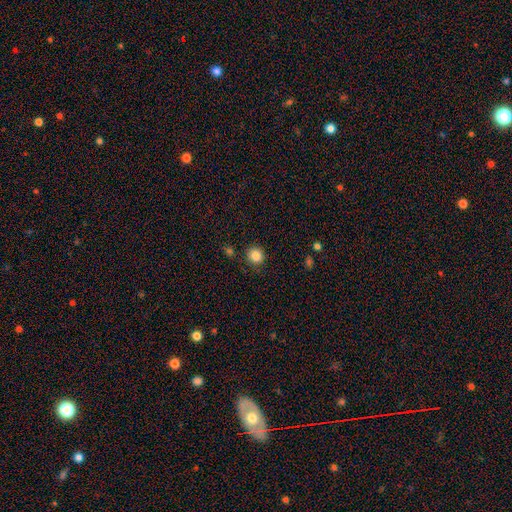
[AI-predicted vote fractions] Morphology: type=smooth (85%); roundness=round (90%); merging=none (86%).